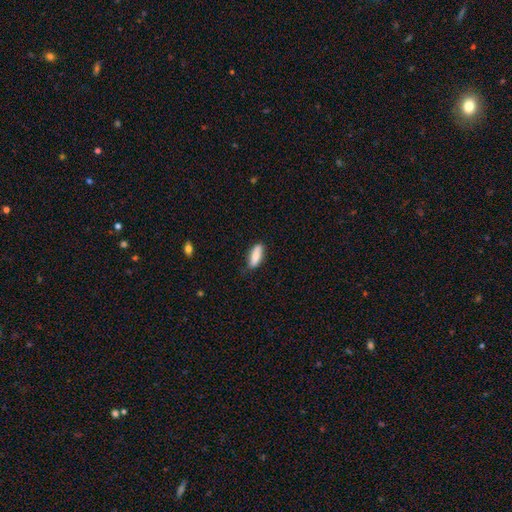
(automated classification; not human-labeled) Smooth or featured? Predicted: smooth (p=0.84). How rounded? Predicted: in between (p=0.65). Merging? Predicted: none (p=0.73).